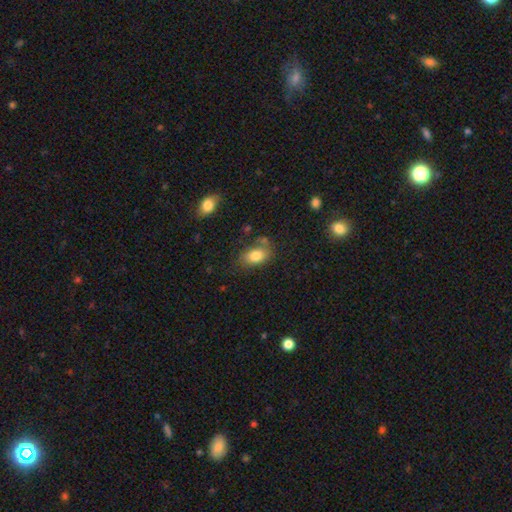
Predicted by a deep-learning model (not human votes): smooth_or_featured: smooth (p=0.82) [alt: featured or disk p=0.10]
how_rounded: in between (p=0.85) [alt: round p=0.13]
merging: none (p=0.64) [alt: minor disturbance p=0.21]